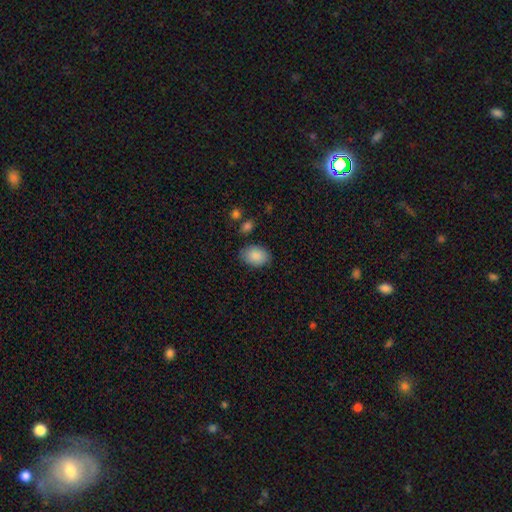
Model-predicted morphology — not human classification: smooth-or-featured: smooth: 89% | star or artifact: 7% | featured or disk: 5%
  how-rounded: in between: 82% | round: 17% | cigar-shaped: 1%
  merging: none: 82% | minor disturbance: 13% | major disturbance: 3% | merger: 2%